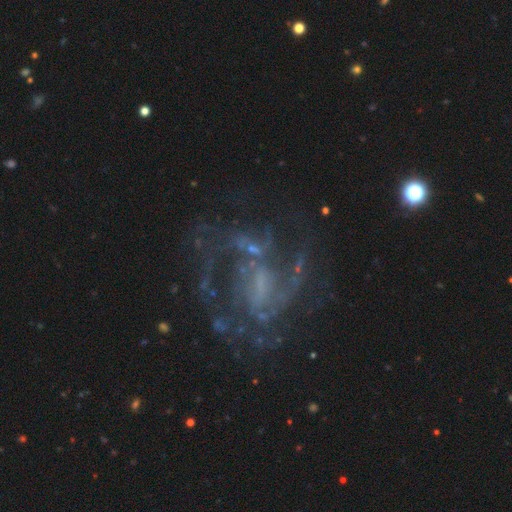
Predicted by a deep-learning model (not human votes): Smooth or featured? featured or disk (83%)
Edge-on disk? no (98%)
Bar? weak (45%)
Spiral arms? yes (90%)
Spiral winding? medium (48%)
Spiral arm count? 2 (32%)
Bulge size? none (48%)
Merging? none (56%)